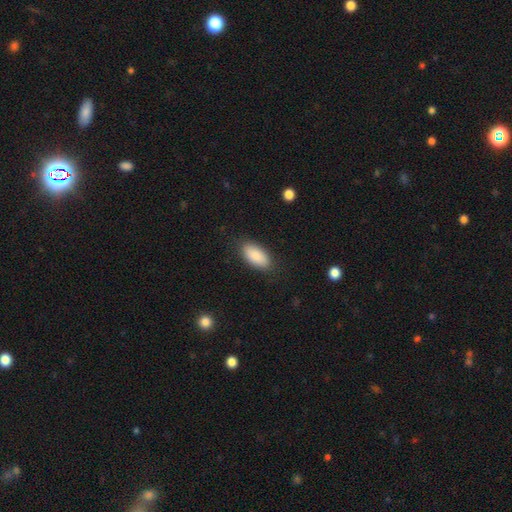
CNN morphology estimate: A smooth galaxy with no disk features (89%) that is in between round and cigar-shaped (92%).

Vote fractions:
- Smooth or featured? smooth: 89% / star or artifact: 6% / featured or disk: 5%
- How rounded? in between: 92% / cigar-shaped: 6% / round: 2%
- Merging? none: 85% / minor disturbance: 11% / major disturbance: 3% / merger: 1%